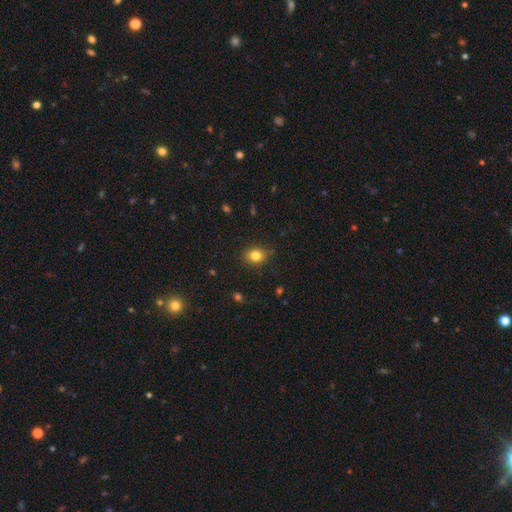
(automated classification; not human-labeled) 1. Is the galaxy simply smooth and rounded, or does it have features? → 81% smooth, 11% star or artifact, 8% featured or disk.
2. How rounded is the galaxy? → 50% in between, 49% round, 1% cigar-shaped.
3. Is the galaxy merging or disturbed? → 81% none, 15% minor disturbance, 3% major disturbance, 1% merger.